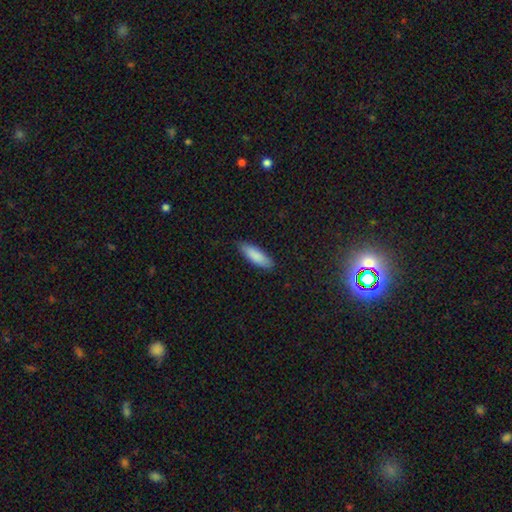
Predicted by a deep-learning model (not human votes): smooth-or-featured: smooth: 88% | featured or disk: 7% | star or artifact: 6%
  how-rounded: in between: 52% | cigar-shaped: 47% | round: 1%
  merging: none: 84% | minor disturbance: 13% | major disturbance: 2% | merger: 1%